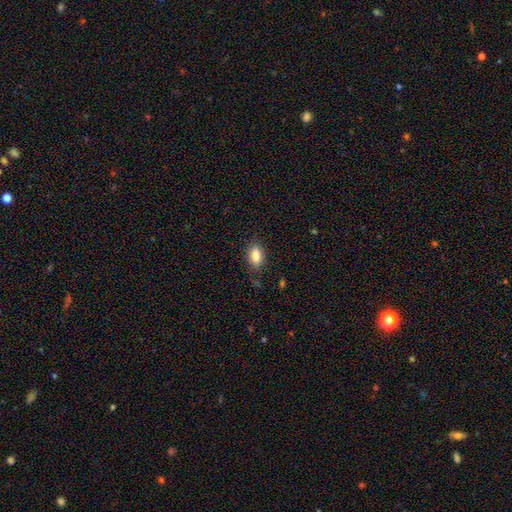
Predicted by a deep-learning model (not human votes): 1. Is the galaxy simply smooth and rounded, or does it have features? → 85% smooth, 8% star or artifact, 7% featured or disk.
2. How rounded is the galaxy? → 87% in between, 8% round, 5% cigar-shaped.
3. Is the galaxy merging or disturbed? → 82% none, 14% minor disturbance, 3% major disturbance, 1% merger.